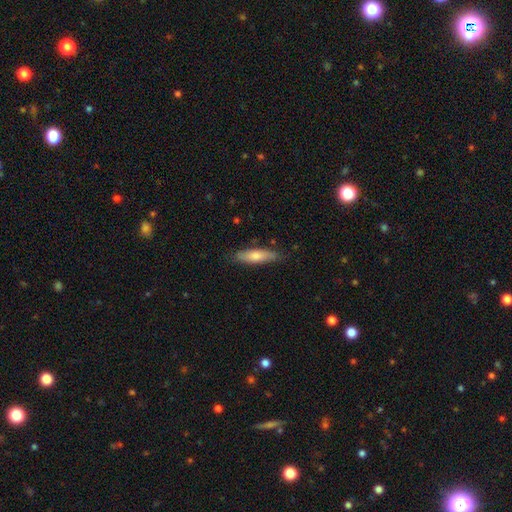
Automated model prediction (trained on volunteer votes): Morphology: type=smooth (69%); roundness=cigar-shaped (71%); merging=none (83%).